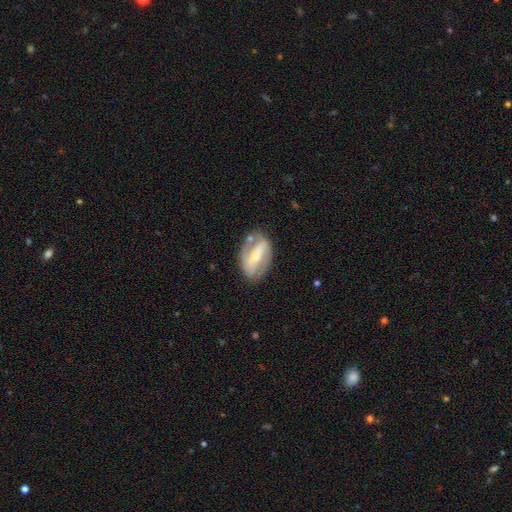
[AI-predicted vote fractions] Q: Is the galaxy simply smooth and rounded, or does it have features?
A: featured or disk — 70%.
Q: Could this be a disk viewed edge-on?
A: no — 92%.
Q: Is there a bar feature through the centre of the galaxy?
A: strong — 64%.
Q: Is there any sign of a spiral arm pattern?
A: yes — 68%.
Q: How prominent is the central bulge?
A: small — 50%.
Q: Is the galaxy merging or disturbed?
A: none — 70%.